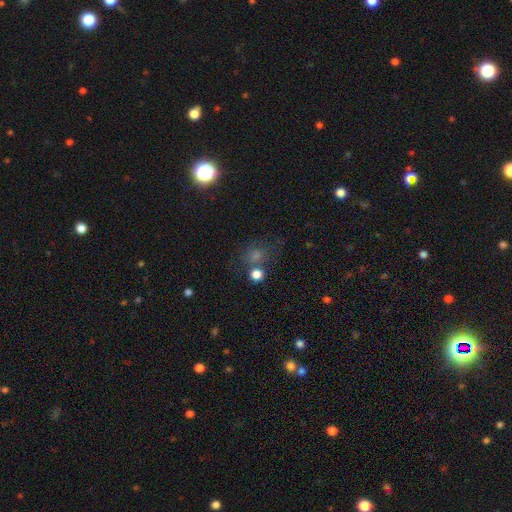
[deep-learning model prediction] smooth_or_featured: smooth (p=0.48) [alt: star or artifact p=0.39]
merging: none (p=0.64) [alt: minor disturbance p=0.14]